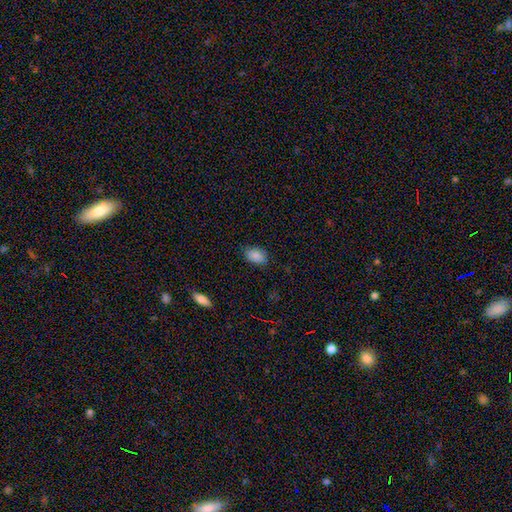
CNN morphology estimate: Overall: smooth (87%). How rounded: in between (84%). Merging: none (80%).